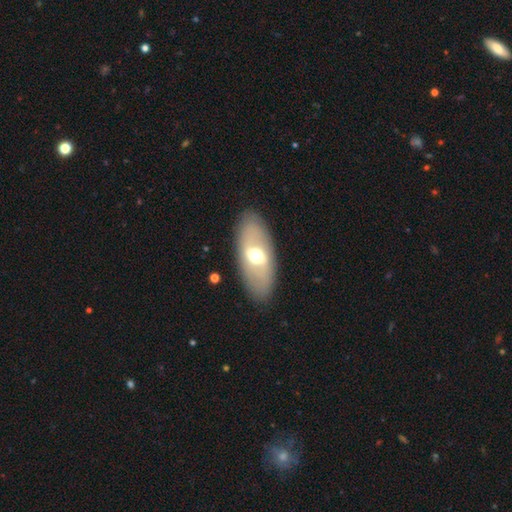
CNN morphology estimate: The model was most divided on "smooth or featured": featured or disk: 49%, smooth: 43%, star or artifact: 8%. More confident: merging — none (88%).